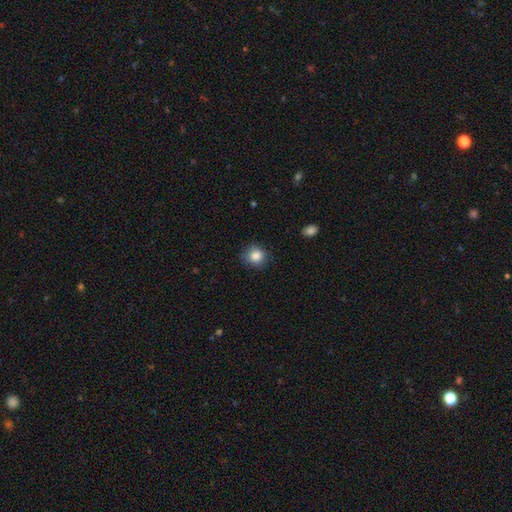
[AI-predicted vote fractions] Smooth or featured? Predicted: smooth (p=0.85). How rounded? Predicted: round (p=0.87). Merging? Predicted: none (p=0.83).